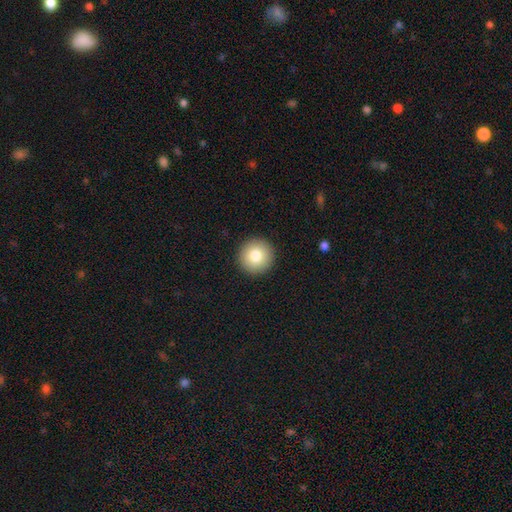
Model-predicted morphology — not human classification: smooth-or-featured: smooth: 79% | featured or disk: 11% | star or artifact: 9%
  how-rounded: round: 96% | in between: 3% | cigar-shaped: 1%
  merging: none: 93% | minor disturbance: 4% | major disturbance: 1% | merger: 1%